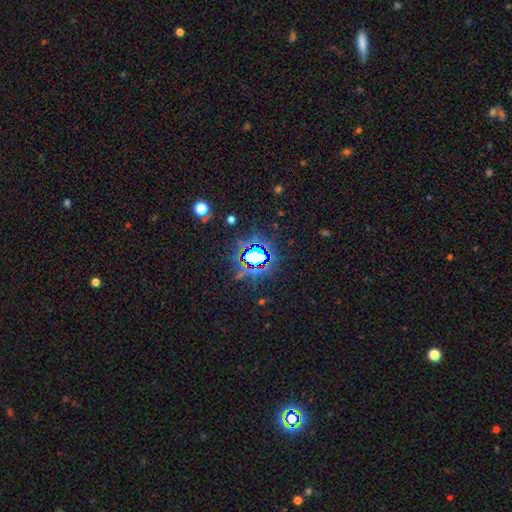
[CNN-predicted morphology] Smooth or featured: star or artifact — 75% (smooth — 15%)